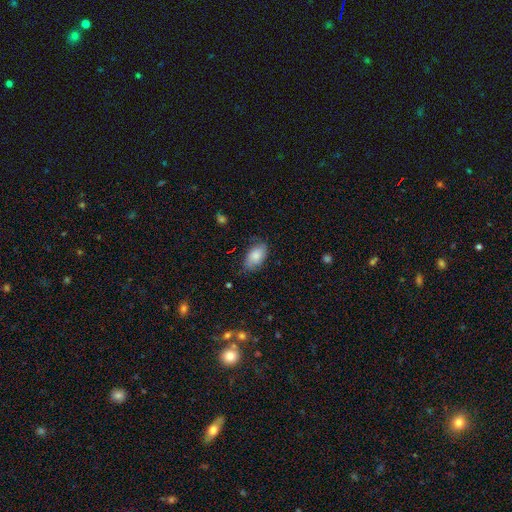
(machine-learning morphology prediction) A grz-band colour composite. It shows a smooth galaxy with no disk features (74%) that is in between round and cigar-shaped (92%). Merging: none (68%).